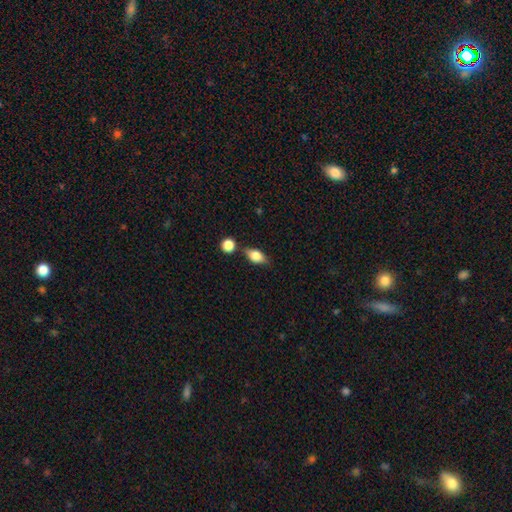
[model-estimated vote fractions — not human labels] This is likely a smooth galaxy (77%). How rounded: clearly in between (81%). Merging: likely none (70%).